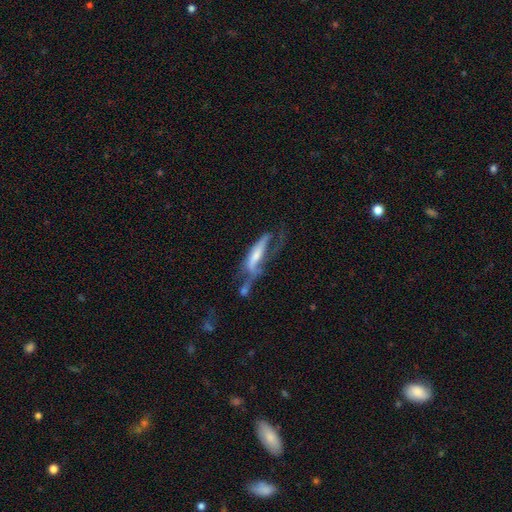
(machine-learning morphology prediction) The model was most divided on "edge-on disk": no: 55%, yes: 45%. Remaining: smooth or featured — featured or disk (53%); merging — major disturbance (41%).